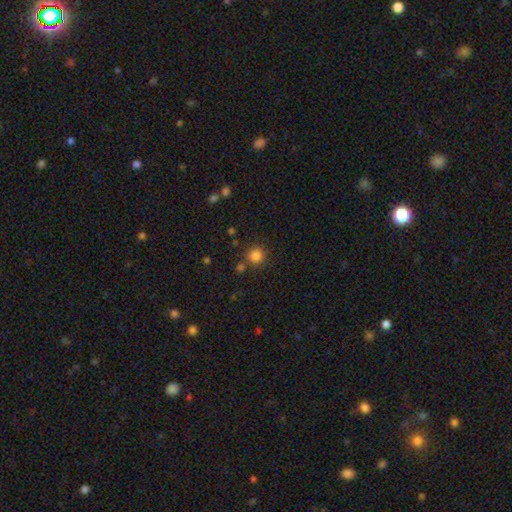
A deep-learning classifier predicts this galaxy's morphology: Overall: smooth (84%). How rounded: round (93%). Merging: none (81%).